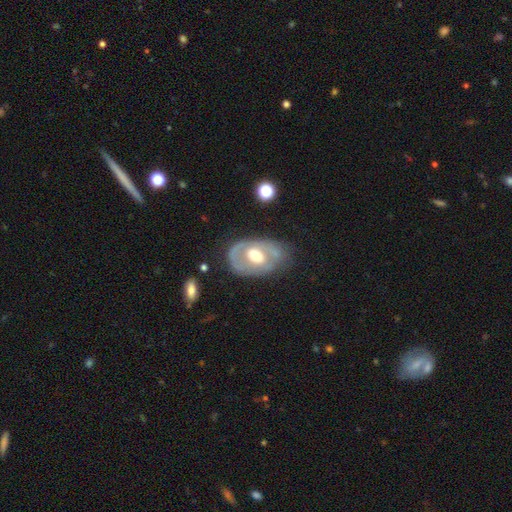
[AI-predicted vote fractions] The model was most divided on "spiral arms": no: 54%, yes: 46%. More confident: edge-on disk — no (94%); smooth or featured — featured or disk (68%); bulge size — moderate (66%); merging — none (62%); bar — no (58%).